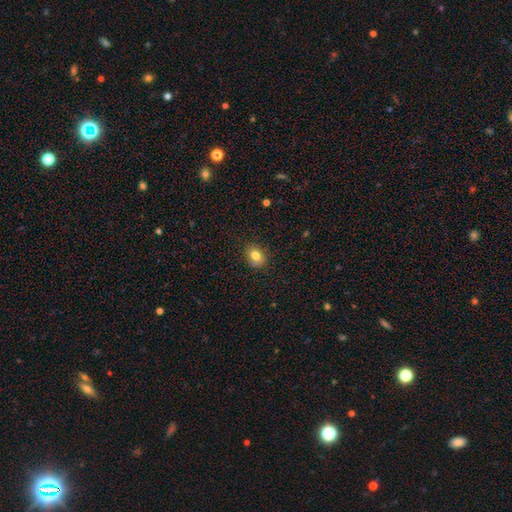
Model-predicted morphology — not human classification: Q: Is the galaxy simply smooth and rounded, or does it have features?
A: smooth — 80%.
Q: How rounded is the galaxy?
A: round — 54%.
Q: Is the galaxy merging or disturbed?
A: none — 84%.